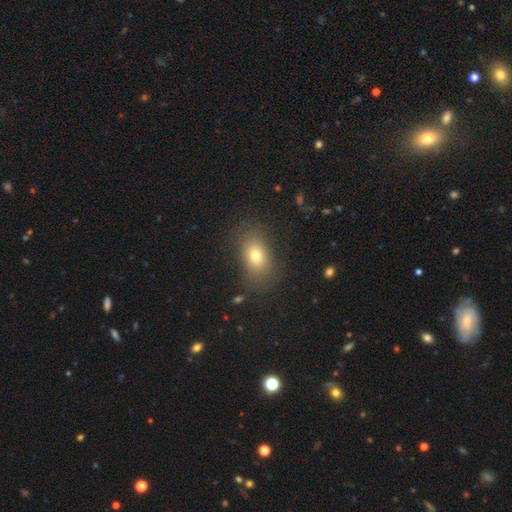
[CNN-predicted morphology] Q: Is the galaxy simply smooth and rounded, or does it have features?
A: smooth — 73%.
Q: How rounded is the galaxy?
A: in between — 79%.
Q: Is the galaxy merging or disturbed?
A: none — 80%.